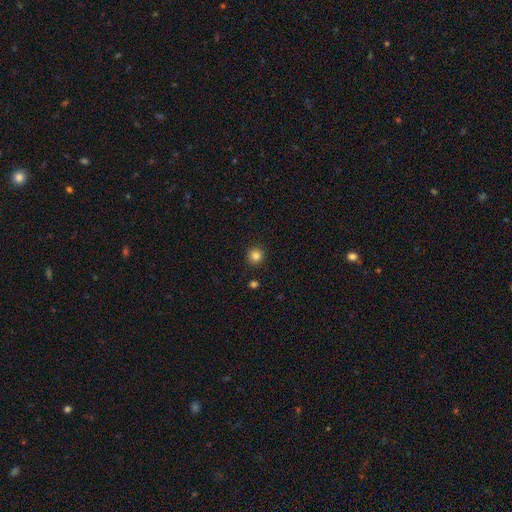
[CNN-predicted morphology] This appears to be a smooth galaxy with no disk features (84%) that is round (94%). Merging: none (91%).